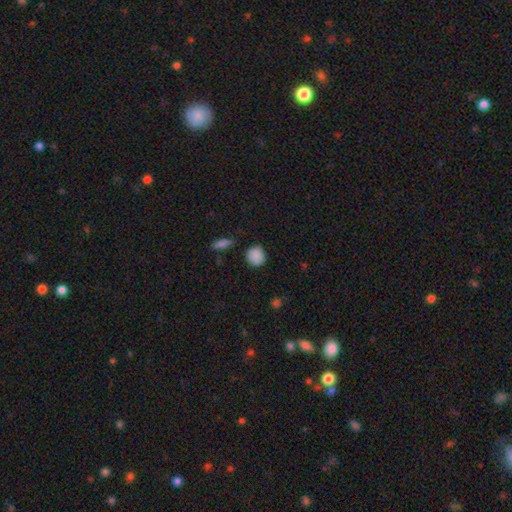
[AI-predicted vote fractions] Smooth or featured?
  - smooth: 87% *
  - star or artifact: 9%
  - featured or disk: 4%
How rounded?
  - round: 87% *
  - in between: 12%
  - cigar-shaped: 1%
Merging?
  - none: 85% *
  - minor disturbance: 11%
  - major disturbance: 2%
  - merger: 2%